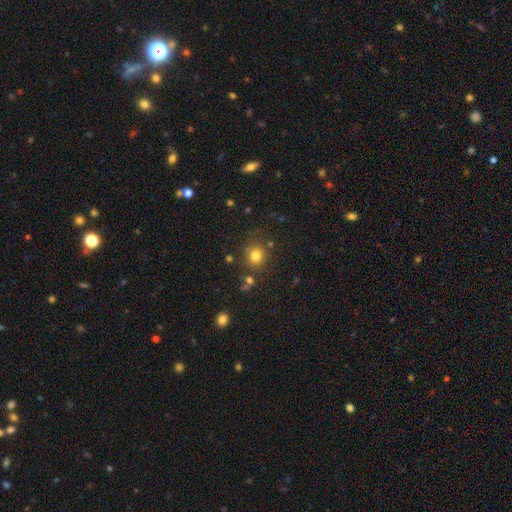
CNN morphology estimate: smooth_or_featured: smooth (p=0.77) [alt: star or artifact p=0.16]
how_rounded: round (p=0.85) [alt: in between p=0.14]
merging: none (p=0.79) [alt: minor disturbance p=0.10]